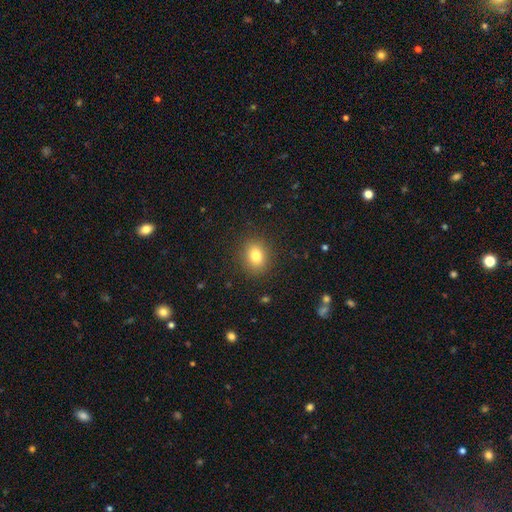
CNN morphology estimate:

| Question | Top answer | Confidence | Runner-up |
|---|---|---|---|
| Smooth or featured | smooth | 82% | star or artifact (11%) |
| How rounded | in between | 55% | round (44%) |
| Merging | none | 88% | minor disturbance (8%) |